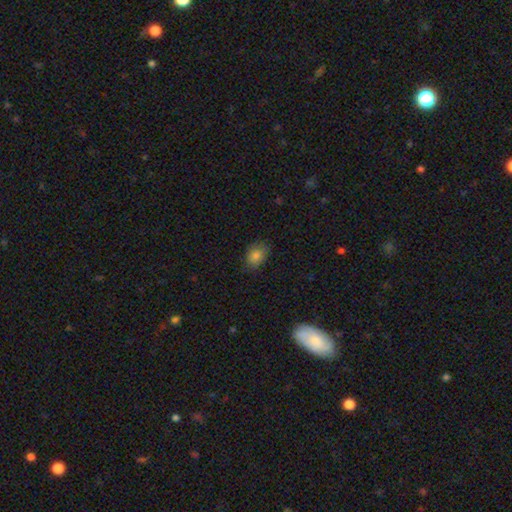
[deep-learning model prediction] This appears to be a smooth galaxy with no disk features (83%) that is in between round and cigar-shaped (72%). Merging: none (78%).